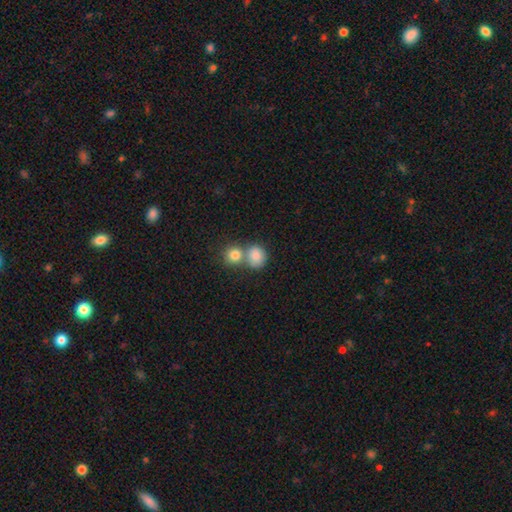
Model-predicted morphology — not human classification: A smooth galaxy with no disk features (83%) that is round (75%). Merging: merger (48%).